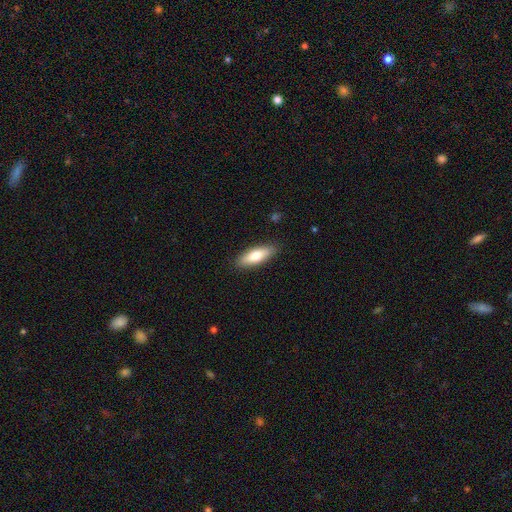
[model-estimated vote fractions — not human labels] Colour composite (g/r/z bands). It shows a smooth galaxy with no disk features (75%) that is in between round and cigar-shaped (60%). Merging: none (88%).